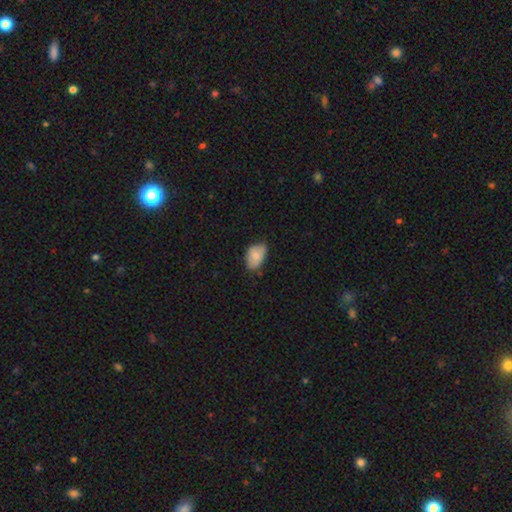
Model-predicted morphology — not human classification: Smooth or featured? Predicted: smooth (p=0.80). How rounded? Predicted: in between (p=0.89). Merging? Predicted: none (p=0.62).